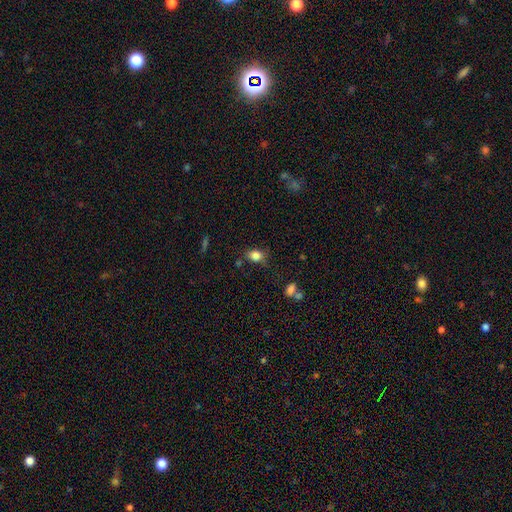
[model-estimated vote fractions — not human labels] Smooth or featured?
  - smooth: 84% *
  - star or artifact: 10%
  - featured or disk: 6%
How rounded?
  - in between: 61% *
  - round: 38%
  - cigar-shaped: 1%
Merging?
  - none: 66% *
  - minor disturbance: 23%
  - major disturbance: 7%
  - merger: 5%